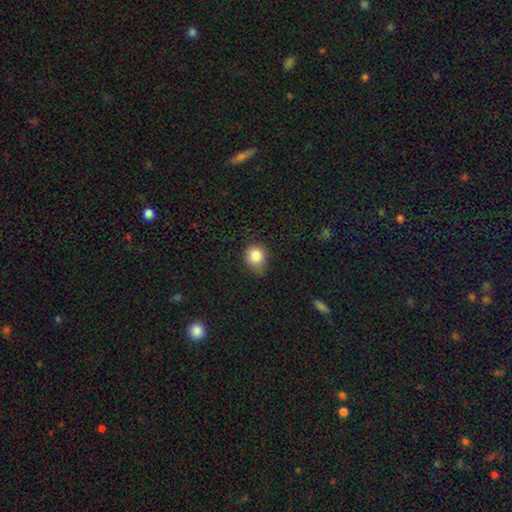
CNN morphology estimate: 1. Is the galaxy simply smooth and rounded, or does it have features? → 84% smooth, 10% star or artifact, 6% featured or disk.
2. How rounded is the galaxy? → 73% round, 26% in between, 1% cigar-shaped.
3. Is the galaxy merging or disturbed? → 59% none, 33% minor disturbance, 6% major disturbance, 2% merger.